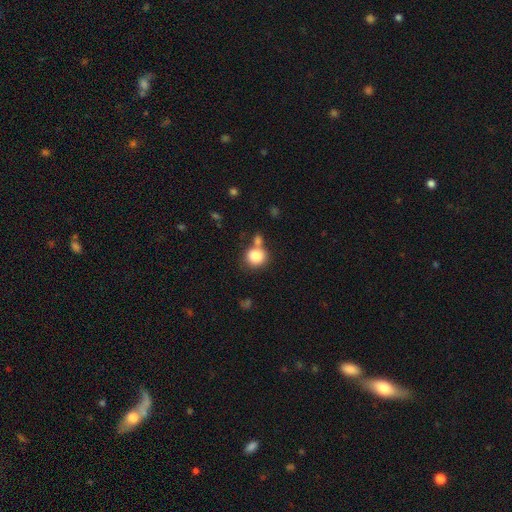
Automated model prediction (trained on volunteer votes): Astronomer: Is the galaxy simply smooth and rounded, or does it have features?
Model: smooth — 84%.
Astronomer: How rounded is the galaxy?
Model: round — 84%.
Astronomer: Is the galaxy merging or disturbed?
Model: none — 57%.